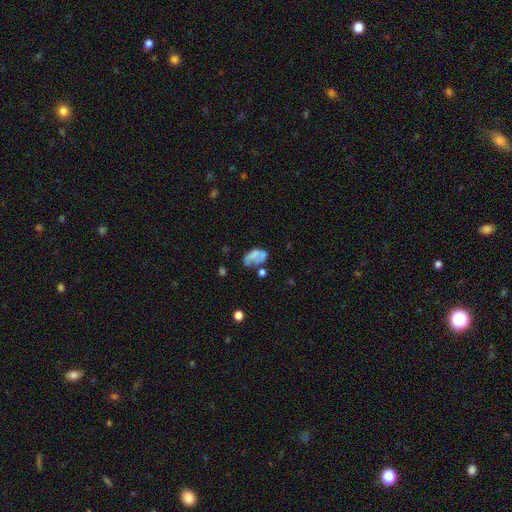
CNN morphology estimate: A smooth galaxy with no disk features (46%). Merging: major disturbance (30%).